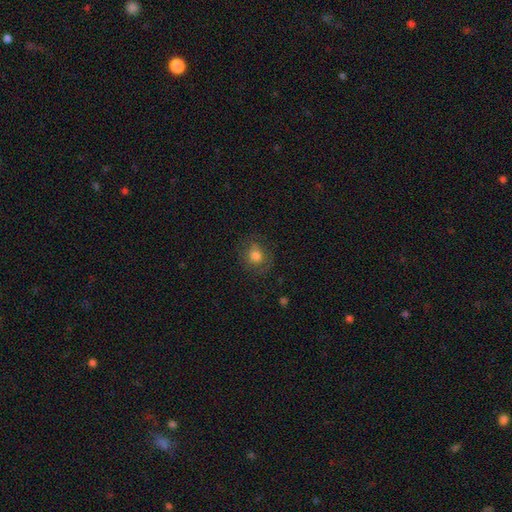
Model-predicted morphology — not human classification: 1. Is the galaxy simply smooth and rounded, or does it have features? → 75% smooth, 14% featured or disk, 11% star or artifact.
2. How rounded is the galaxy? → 76% round, 23% in between, 1% cigar-shaped.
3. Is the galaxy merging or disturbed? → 76% none, 15% minor disturbance, 8% major disturbance, 1% merger.